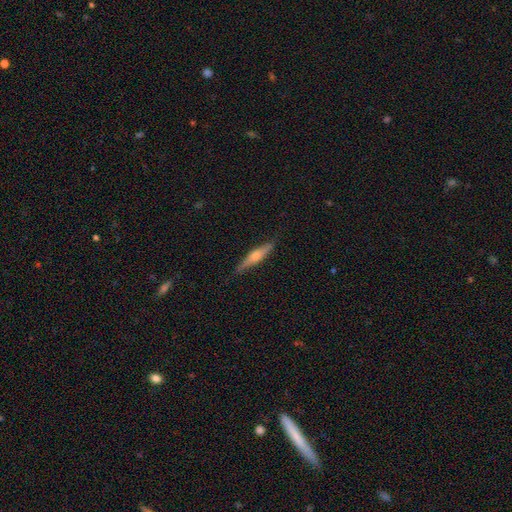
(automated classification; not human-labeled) Overall: featured or disk (49%; smooth 45%). Merging: none (83%).